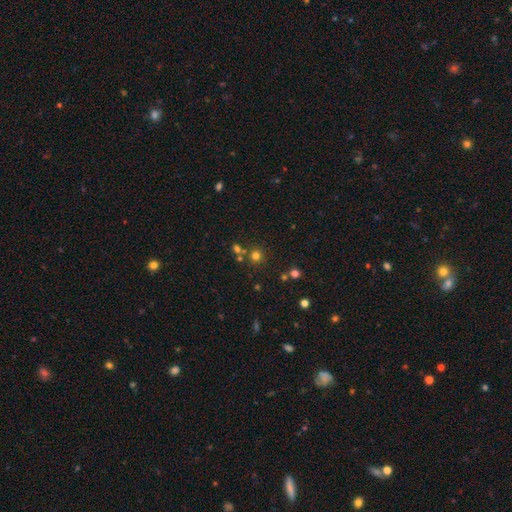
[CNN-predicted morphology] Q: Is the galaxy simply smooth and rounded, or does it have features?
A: smooth — 69%.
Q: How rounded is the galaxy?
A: round — 92%.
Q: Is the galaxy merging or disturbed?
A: none — 75%.